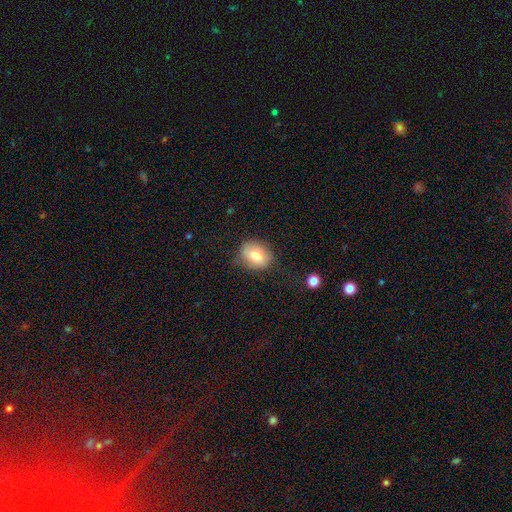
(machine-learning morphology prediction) Smooth or featured? Predicted: smooth (p=0.78). How rounded? Predicted: in between (p=0.60). Merging? Predicted: none (p=0.71).